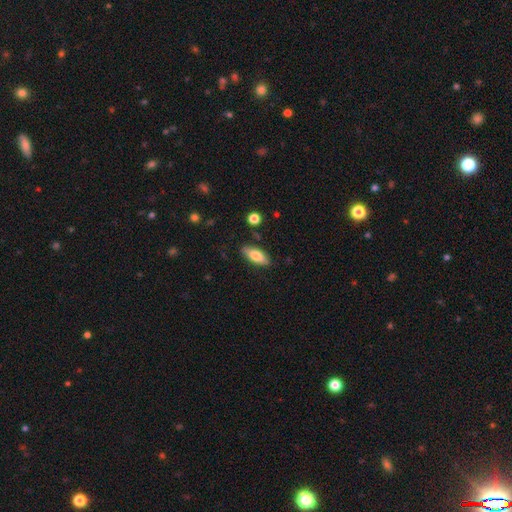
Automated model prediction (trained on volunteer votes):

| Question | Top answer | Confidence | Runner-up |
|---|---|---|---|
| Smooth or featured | smooth | 77% | featured or disk (16%) |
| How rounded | in between | 80% | cigar-shaped (17%) |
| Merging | none | 84% | minor disturbance (12%) |